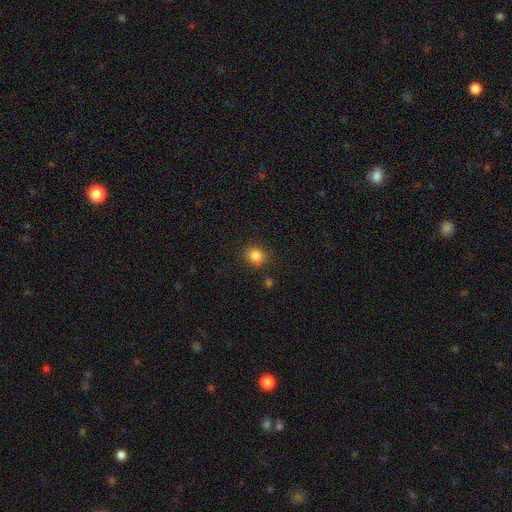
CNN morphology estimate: Smooth or featured? smooth (83%)
How rounded? round (71%)
Merging? none (79%)